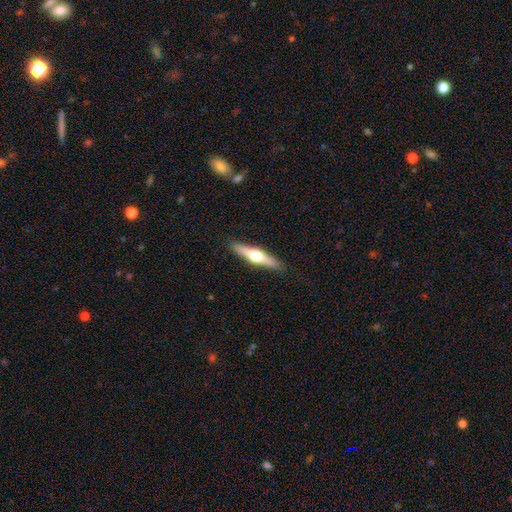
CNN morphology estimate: This appears to be a featured or disk galaxy (59%) viewed edge-on (96%) with a rounded central bulge (95%). Merging: none (90%).